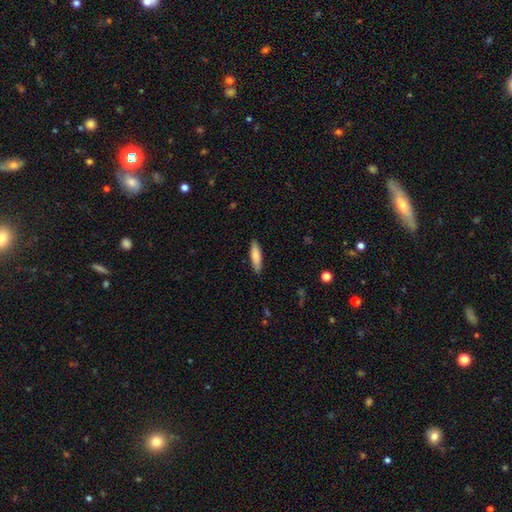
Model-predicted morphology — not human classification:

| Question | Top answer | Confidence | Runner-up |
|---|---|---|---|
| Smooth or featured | smooth | 80% | featured or disk (14%) |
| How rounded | cigar-shaped | 64% | in between (35%) |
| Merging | none | 88% | minor disturbance (9%) |